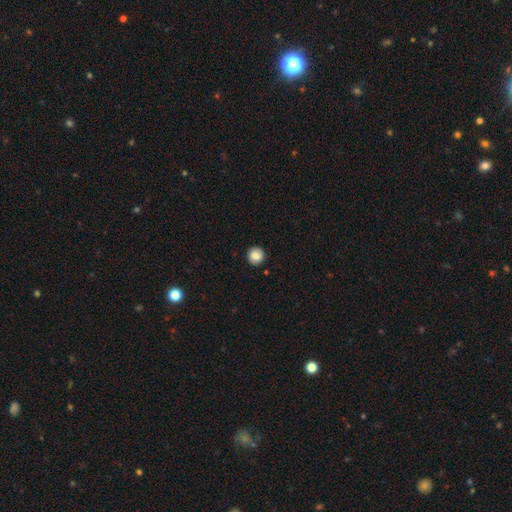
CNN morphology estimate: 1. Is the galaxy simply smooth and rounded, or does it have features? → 84% smooth, 9% star or artifact, 7% featured or disk.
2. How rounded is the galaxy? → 94% round, 5% in between, 1% cigar-shaped.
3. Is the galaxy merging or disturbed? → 91% none, 6% minor disturbance, 2% major disturbance, 1% merger.